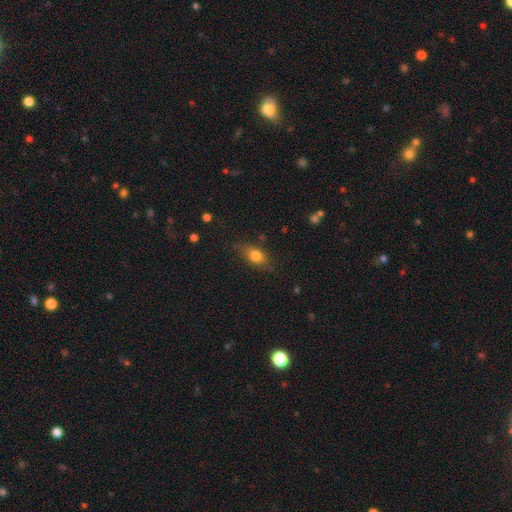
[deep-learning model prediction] Morphology: type=smooth (77%); roundness=in between (77%); merging=none (75%).